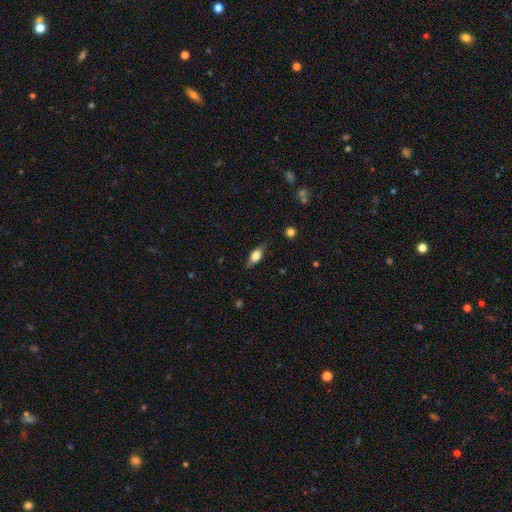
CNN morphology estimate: A smooth galaxy with no disk features (55%) that is in between round and cigar-shaped (72%).

Vote fractions:
- Smooth or featured? smooth: 55% / featured or disk: 37% / star or artifact: 8%
- How rounded? in between: 72% / cigar-shaped: 21% / round: 7%
- Merging? none: 79% / minor disturbance: 16% / major disturbance: 4% / merger: 1%